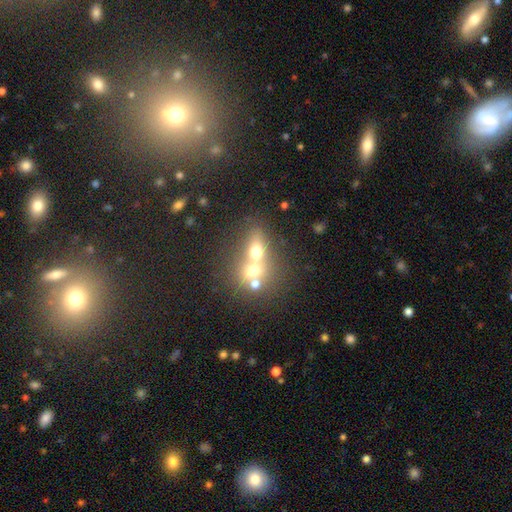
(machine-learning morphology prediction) A smooth galaxy with no disk features (56%) that is round (51%). Merging: merger (67%).